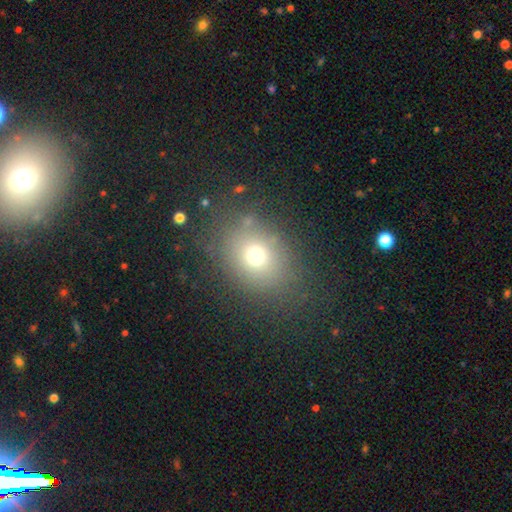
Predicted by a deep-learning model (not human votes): This is likely a smooth galaxy (69%). How rounded: possibly round (51%). Merging: likely none (77%).